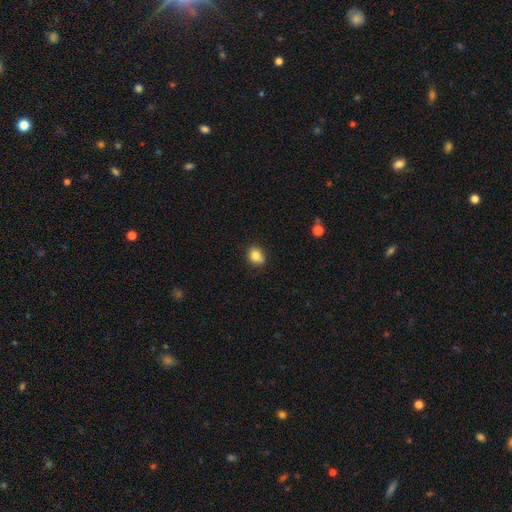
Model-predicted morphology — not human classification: A smooth galaxy with no disk features (81%) that is round (57%). Merging: none (76%).